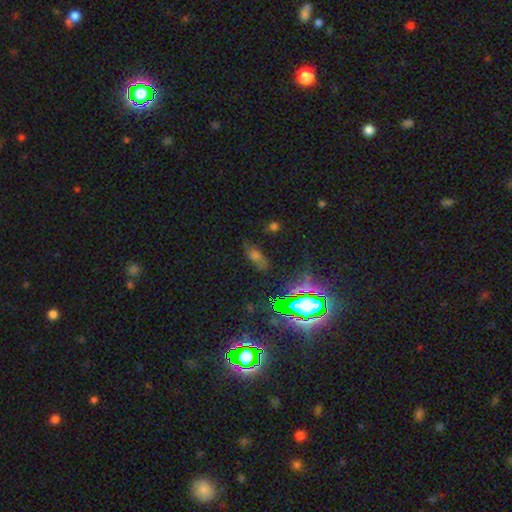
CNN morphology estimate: The model was most divided on "smooth or featured": star or artifact: 46%, smooth: 34%, featured or disk: 20%.